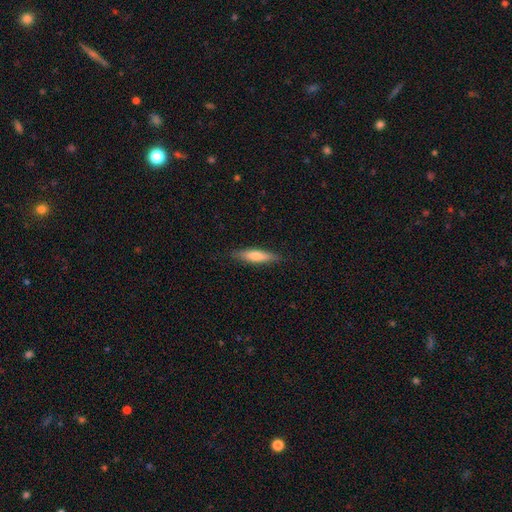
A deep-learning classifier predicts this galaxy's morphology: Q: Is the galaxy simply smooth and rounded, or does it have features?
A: smooth — 67%.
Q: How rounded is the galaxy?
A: cigar-shaped — 75%.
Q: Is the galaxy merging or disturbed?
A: none — 86%.